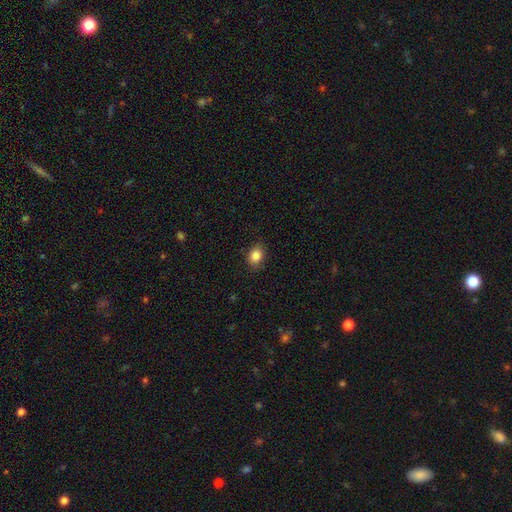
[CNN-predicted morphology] Q: Smooth or featured?
A: smooth (85%); runner-up: star or artifact (10%)
Q: How rounded?
A: in between (54%); runner-up: round (45%)
Q: Merging?
A: none (84%); runner-up: minor disturbance (12%)